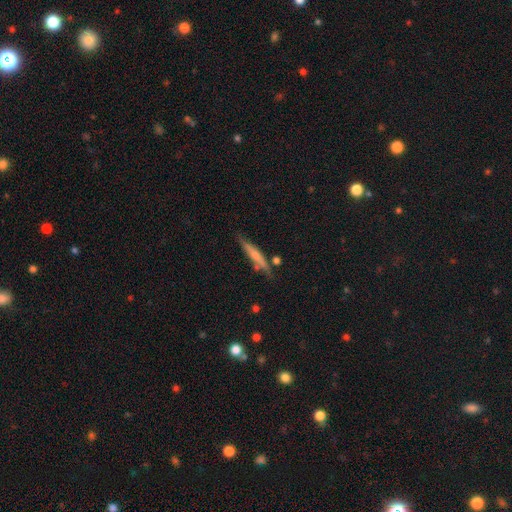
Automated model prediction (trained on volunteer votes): This appears to be a smooth galaxy with no disk features (57%) that is cigar-shaped (90%). Merging: none (70%).